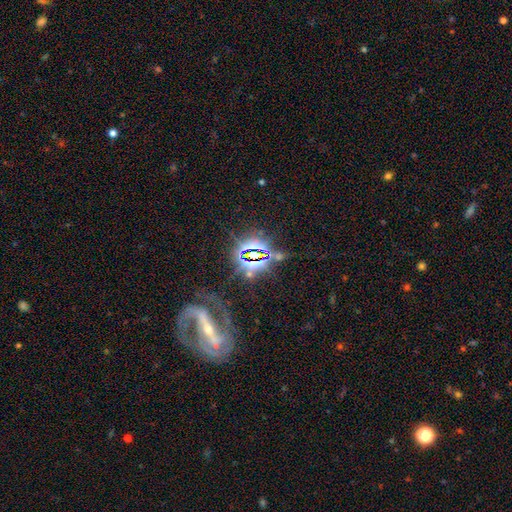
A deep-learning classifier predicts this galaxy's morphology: Smooth or featured? Predicted: star or artifact (p=0.79).